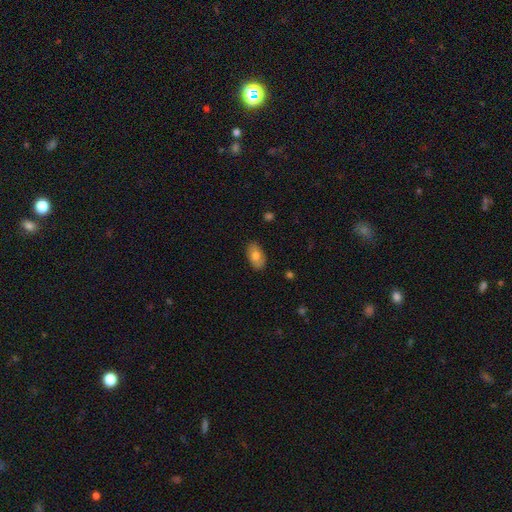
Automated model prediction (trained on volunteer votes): Smooth or featured: smooth — 75% (featured or disk — 19%)
How rounded: in between — 93% (round — 5%)
Merging: none — 85% (minor disturbance — 11%)